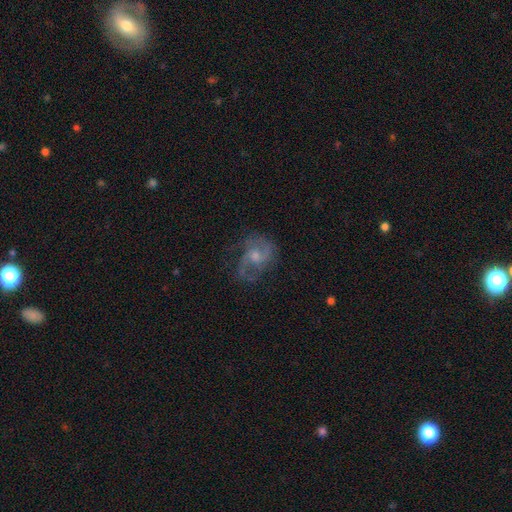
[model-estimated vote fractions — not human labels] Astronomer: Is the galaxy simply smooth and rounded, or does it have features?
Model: featured or disk — 80%.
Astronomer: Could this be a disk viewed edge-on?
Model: no — 98%.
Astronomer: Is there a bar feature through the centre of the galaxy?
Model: no — 58% (runner-up: weak, 37%).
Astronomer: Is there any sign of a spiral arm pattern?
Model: yes — 93%.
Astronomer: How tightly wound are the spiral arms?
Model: medium — 50% (runner-up: loose, 33%).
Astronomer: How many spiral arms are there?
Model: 2 — 74%.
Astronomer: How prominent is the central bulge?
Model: moderate — 47% (runner-up: small, 43%).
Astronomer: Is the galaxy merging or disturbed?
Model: none — 64%.